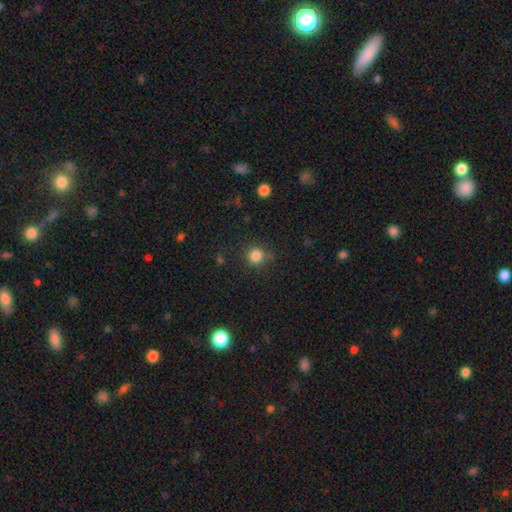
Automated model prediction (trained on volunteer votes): This appears to be a smooth galaxy with no disk features (83%) that is round (93%). Merging: none (82%).